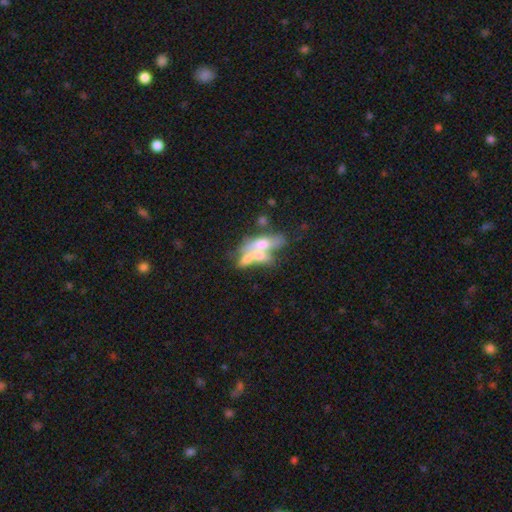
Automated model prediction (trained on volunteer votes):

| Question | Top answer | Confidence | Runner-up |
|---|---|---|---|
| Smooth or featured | featured or disk | 48% | smooth (41%) |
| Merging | merger | 66% | none (15%) |